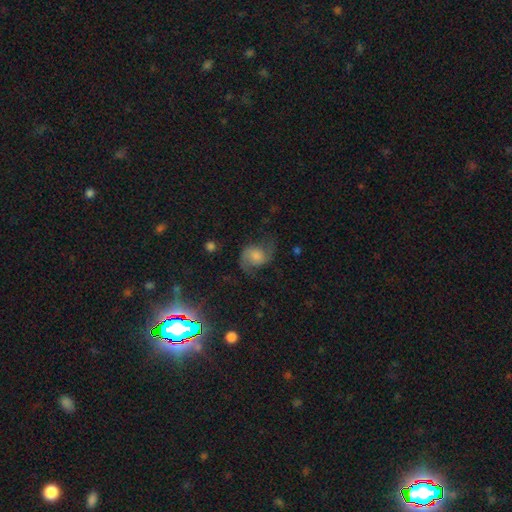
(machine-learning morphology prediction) Smooth or featured: featured or disk — 72% (smooth — 19%)
Edge-on disk: no — 98% (yes — 2%)
Bar: no — 67% (weak — 28%)
Spiral arms: yes — 94% (no — 6%)
Spiral winding: loose — 46% (medium — 43%)
Spiral arm count: 2 — 89% (1 — 5%)
Bulge size: moderate — 35% (small — 29%)
Merging: none — 64% (minor disturbance — 20%)